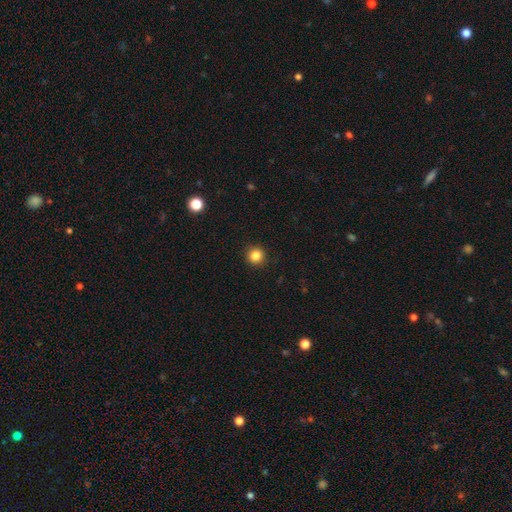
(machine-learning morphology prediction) Overall: smooth (84%). How rounded: round (95%). Merging: none (93%).